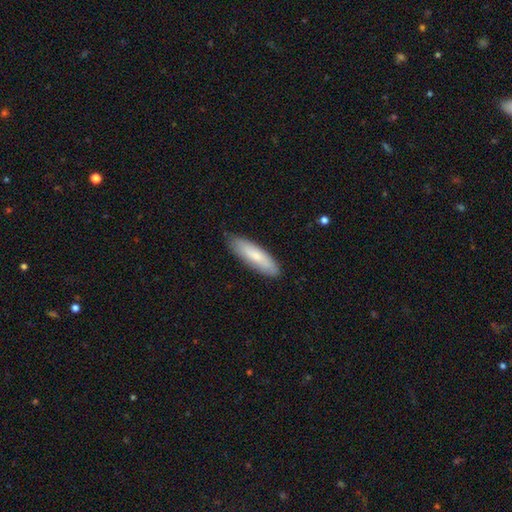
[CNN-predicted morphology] A smooth galaxy with no disk features (76%) that is cigar-shaped (64%). Merging: none (84%).